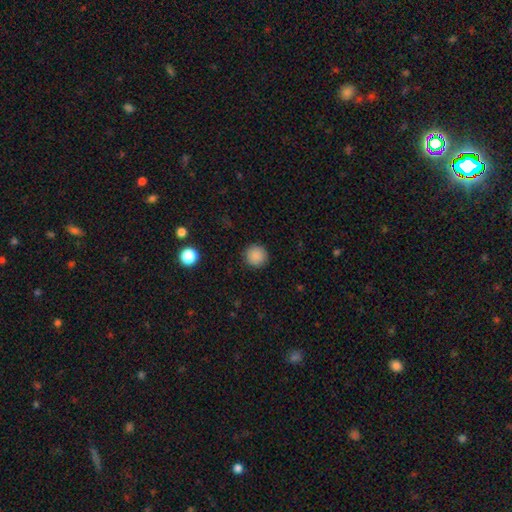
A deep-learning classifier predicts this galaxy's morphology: Smooth or featured: smooth — 88% (star or artifact — 9%)
How rounded: round — 95% (in between — 4%)
Merging: none — 91% (minor disturbance — 6%)